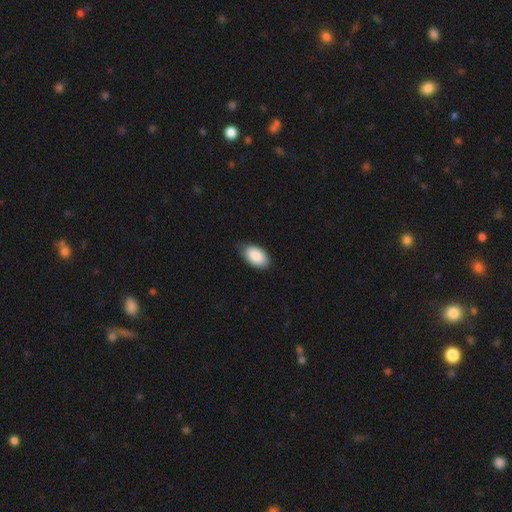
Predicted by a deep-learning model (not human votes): Morphology: type=smooth (90%); roundness=in between (95%); merging=none (78%).